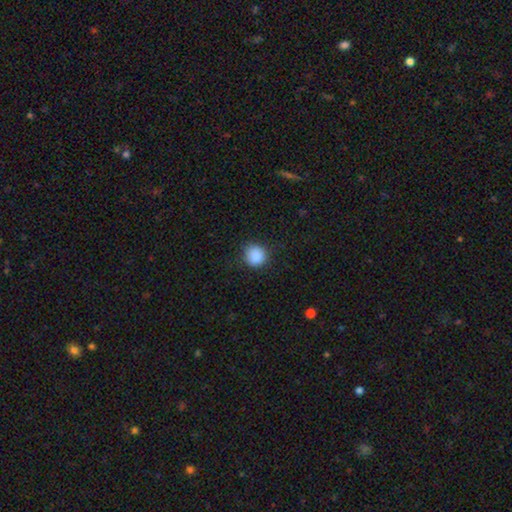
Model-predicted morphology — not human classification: This appears to be a smooth galaxy with no disk features (88%) that is round (90%). Merging: none (84%).